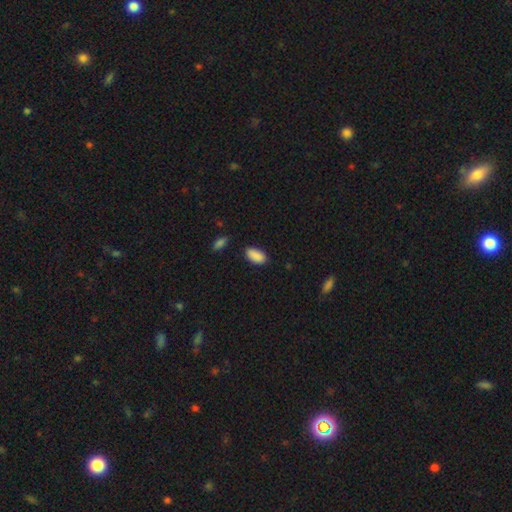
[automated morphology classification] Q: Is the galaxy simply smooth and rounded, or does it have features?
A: smooth — 90%.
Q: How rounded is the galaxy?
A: in between — 92%.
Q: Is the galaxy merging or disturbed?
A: none — 84%.